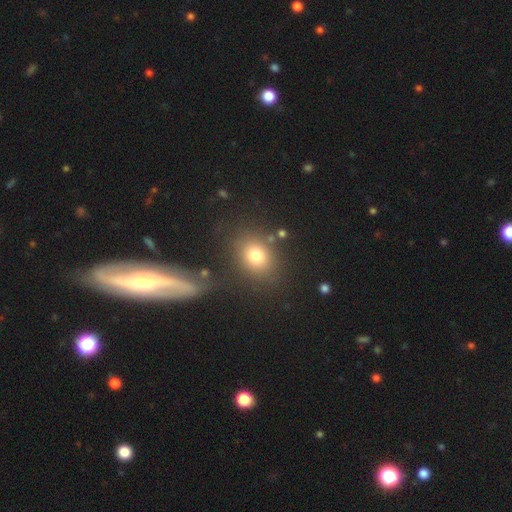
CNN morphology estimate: The model was most divided on "how rounded": round: 52%, in between: 47%, cigar-shaped: 1%. More confident: smooth or featured — smooth (77%); merging — none (75%).